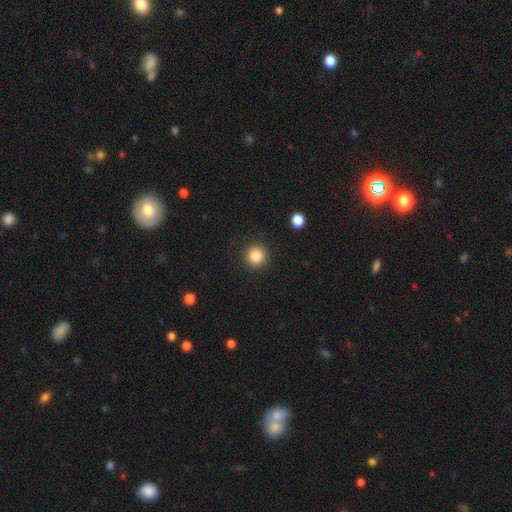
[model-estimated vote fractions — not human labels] A smooth galaxy with no disk features (85%) that is round (94%).

Vote fractions:
- Smooth or featured? smooth: 85% / star or artifact: 10% / featured or disk: 5%
- How rounded? round: 94% / in between: 5% / cigar-shaped: 1%
- Merging? none: 90% / minor disturbance: 6% / major disturbance: 2% / merger: 1%